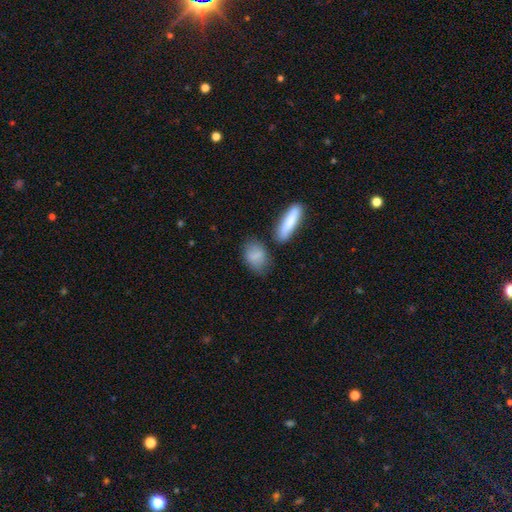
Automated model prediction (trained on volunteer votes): This is clearly a smooth galaxy (82%). How rounded: likely in between (75%). Merging: likely none (62%).